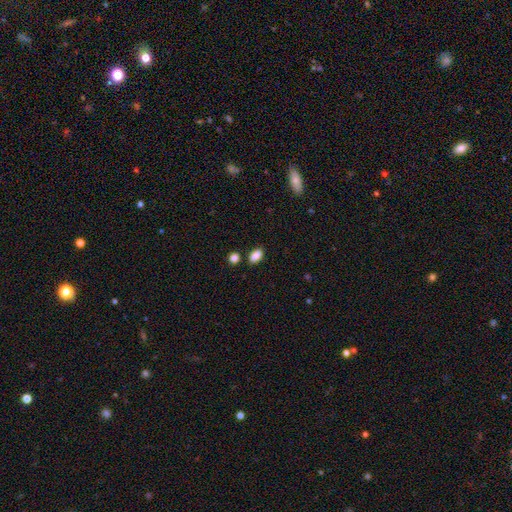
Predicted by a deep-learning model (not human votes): Morphology: type=smooth (87%); roundness=in between (87%); merging=none (80%).